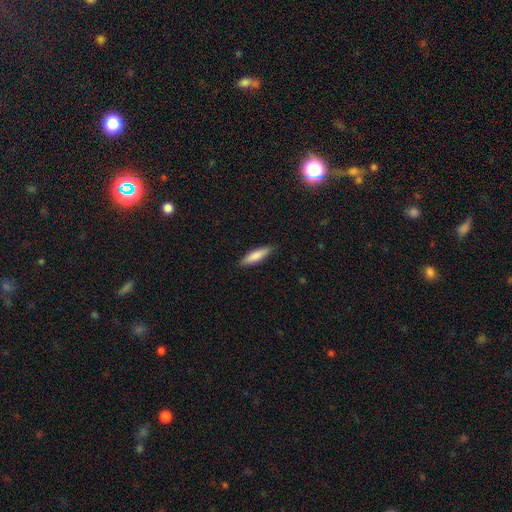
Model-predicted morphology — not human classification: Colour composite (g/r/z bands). It shows a smooth galaxy with no disk features (79%) that is cigar-shaped (71%). Merging: none (88%).